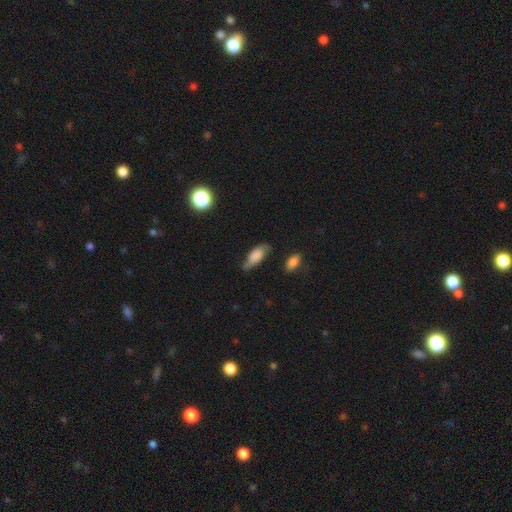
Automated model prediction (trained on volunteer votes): smooth-or-featured: smooth: 67% | featured or disk: 24% | star or artifact: 9%
  how-rounded: in between: 80% | cigar-shaped: 16% | round: 3%
  merging: none: 60% | minor disturbance: 30% | major disturbance: 7% | merger: 3%